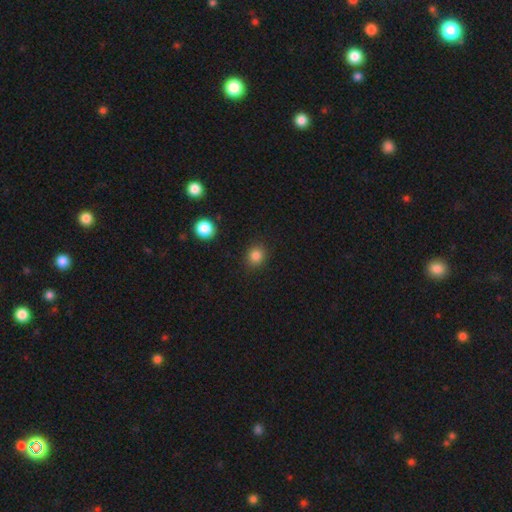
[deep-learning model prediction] A smooth galaxy with no disk features (83%) that is round (78%). Merging: none (89%).